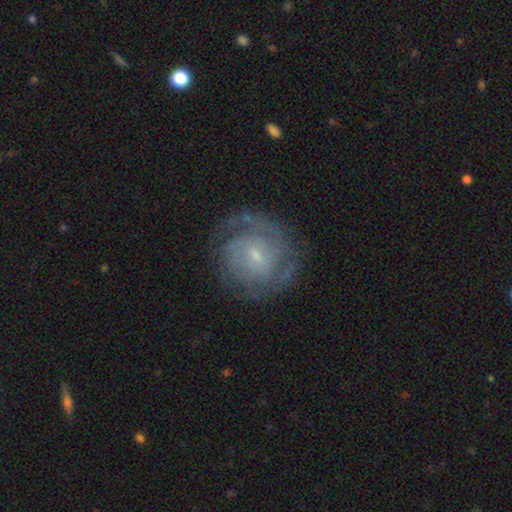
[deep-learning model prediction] featured or disk 81%, smooth 13%, star or artifact 6%. Down the decision tree: edge-on disk — no (98%); bar — no (50%); spiral arms — yes (93%); spiral arm count — 2 (33%, tied with can't tell); spiral winding — tight (63%); bulge size — small (72%); merging — none (75%).